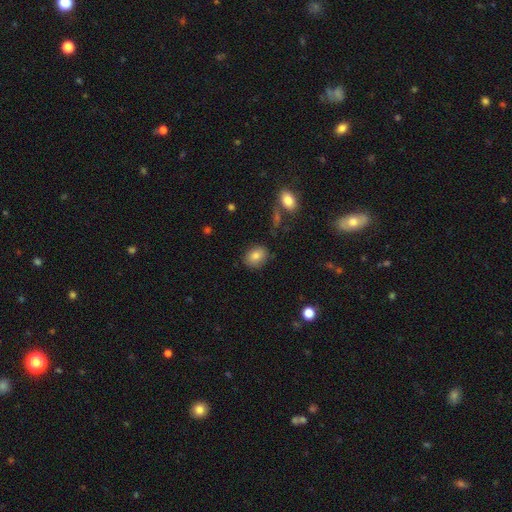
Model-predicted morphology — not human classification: A smooth galaxy with no disk features (81%) that is in between round and cigar-shaped (54%).

Vote fractions:
- Smooth or featured? smooth: 81% / featured or disk: 10% / star or artifact: 9%
- How rounded? in between: 54% / round: 45% / cigar-shaped: 1%
- Merging? none: 84% / minor disturbance: 11% / major disturbance: 3% / merger: 2%